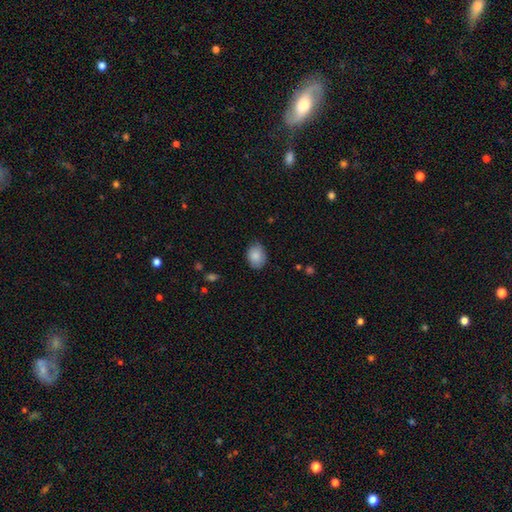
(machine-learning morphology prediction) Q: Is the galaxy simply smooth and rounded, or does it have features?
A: smooth — 86%.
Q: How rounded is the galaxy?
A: in between — 65%.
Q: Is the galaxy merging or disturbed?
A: none — 76%.